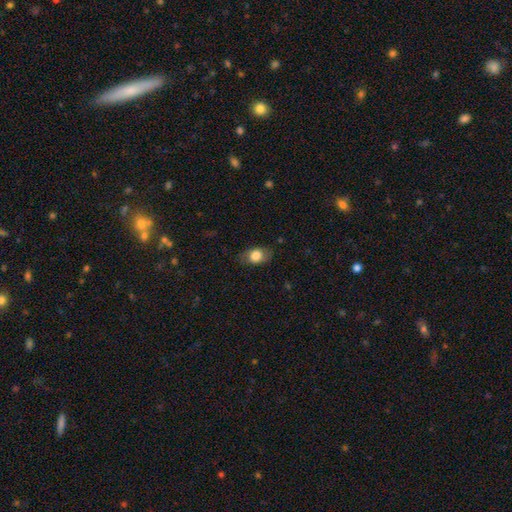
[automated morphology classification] type=smooth (78%); roundness=in between (83%); merging=none (78%).